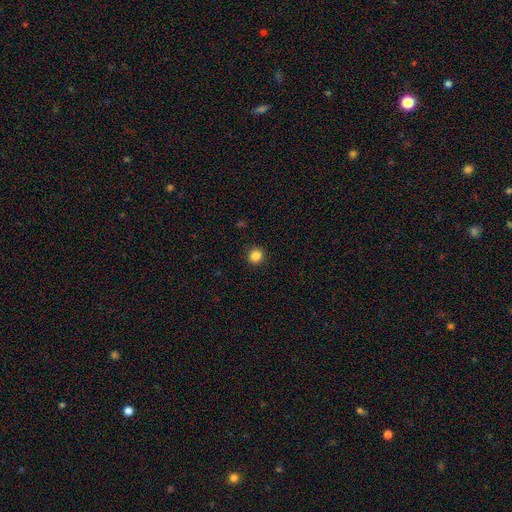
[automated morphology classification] Smooth or featured? Predicted: smooth (p=0.86). How rounded? Predicted: round (p=0.88). Merging? Predicted: none (p=0.91).